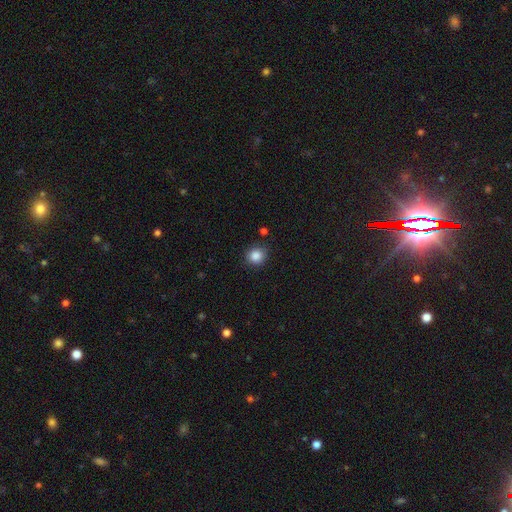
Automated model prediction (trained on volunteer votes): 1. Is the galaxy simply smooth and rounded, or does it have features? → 86% smooth, 10% star or artifact, 4% featured or disk.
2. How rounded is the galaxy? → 86% round, 14% in between, 1% cigar-shaped.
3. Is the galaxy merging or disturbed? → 84% none, 11% minor disturbance, 3% major disturbance, 2% merger.